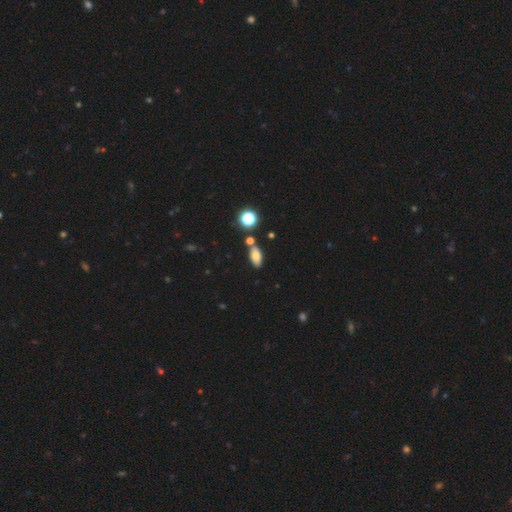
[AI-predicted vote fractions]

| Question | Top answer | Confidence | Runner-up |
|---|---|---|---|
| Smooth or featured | smooth | 75% | star or artifact (13%) |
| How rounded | in between | 87% | cigar-shaped (7%) |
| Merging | none | 76% | minor disturbance (11%) |